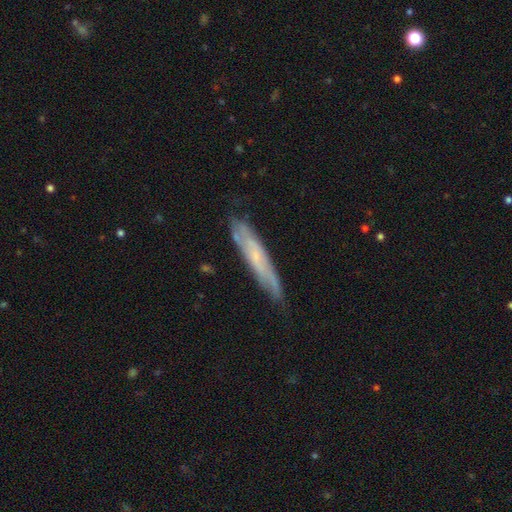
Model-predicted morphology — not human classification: type=featured or disk (57%); edge-on=yes (61%); merging=none (75%).